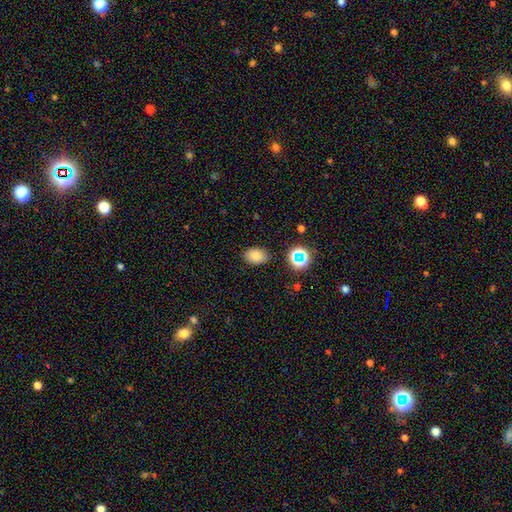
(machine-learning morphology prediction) A smooth galaxy with no disk features (79%) that is in between round and cigar-shaped (81%).

Vote fractions:
- Smooth or featured? smooth: 79% / star or artifact: 14% / featured or disk: 7%
- How rounded? in between: 81% / round: 18% / cigar-shaped: 1%
- Merging? none: 85% / minor disturbance: 10% / major disturbance: 3% / merger: 2%